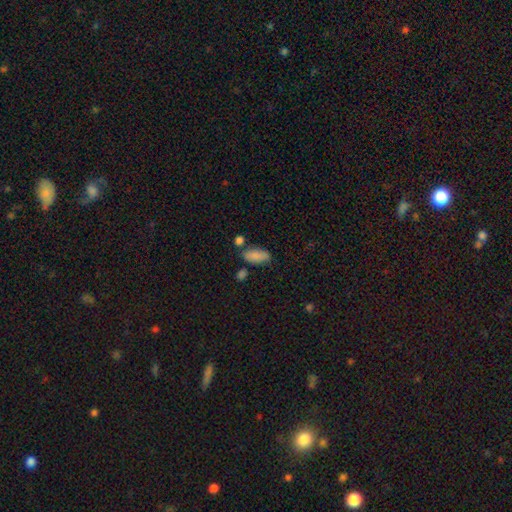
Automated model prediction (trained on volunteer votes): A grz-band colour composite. It shows a smooth galaxy with no disk features (85%) that is in between round and cigar-shaped (85%). Merging: none (66%).